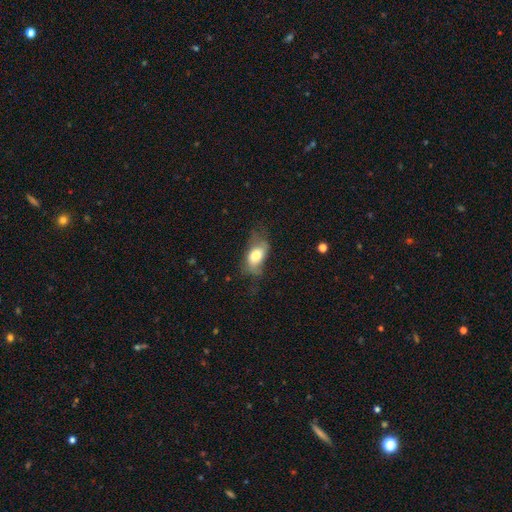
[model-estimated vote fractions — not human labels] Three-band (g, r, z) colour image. It shows a smooth galaxy with no disk features (69%) that is in between round and cigar-shaped (88%). Merging: none (44%).